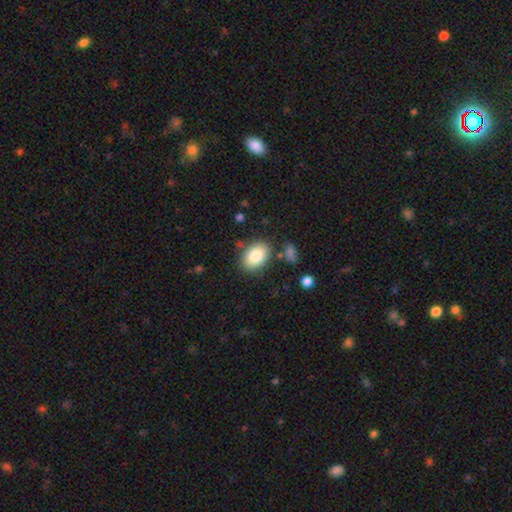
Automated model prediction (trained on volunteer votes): Smooth or featured? smooth (84%)
How rounded? in between (83%)
Merging? none (79%)